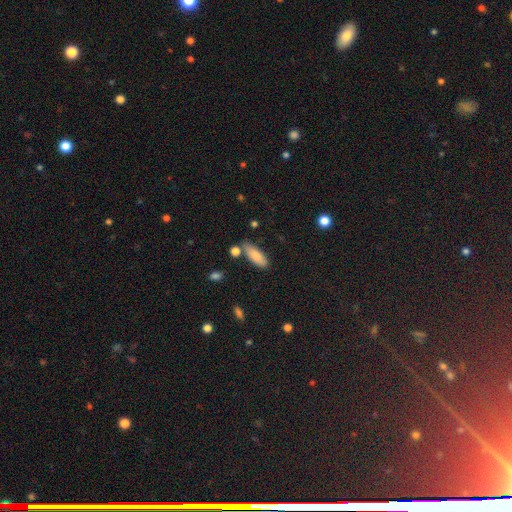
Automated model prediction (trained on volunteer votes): Smooth or featured?
  - smooth: 83% *
  - featured or disk: 9%
  - star or artifact: 7%
How rounded?
  - in between: 68% *
  - cigar-shaped: 30%
  - round: 2%
Merging?
  - none: 71% *
  - minor disturbance: 17%
  - merger: 8%
  - major disturbance: 4%